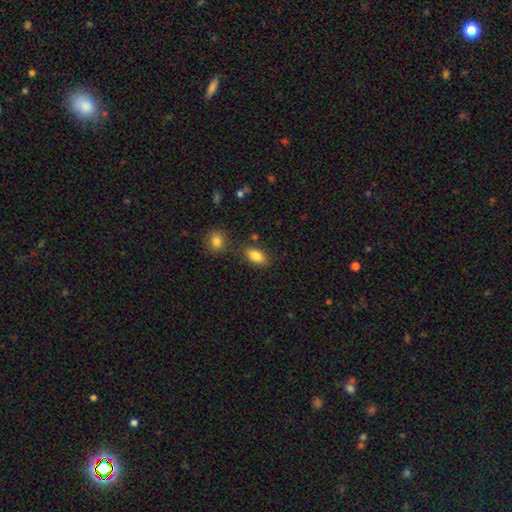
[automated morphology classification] Smooth or featured? smooth (85%)
How rounded? in between (89%)
Merging? none (78%)